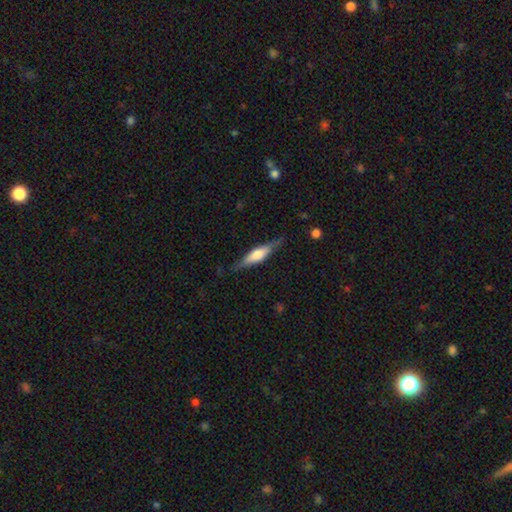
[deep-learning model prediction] Overall: featured or disk (51%; smooth 43%). Edge-on disk: yes (93%). Merging: none (79%).